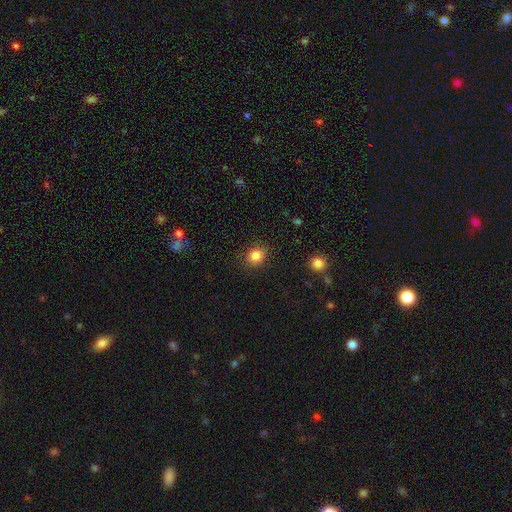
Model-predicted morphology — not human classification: Overall: smooth (84%). How rounded: round (71%). Merging: none (86%).